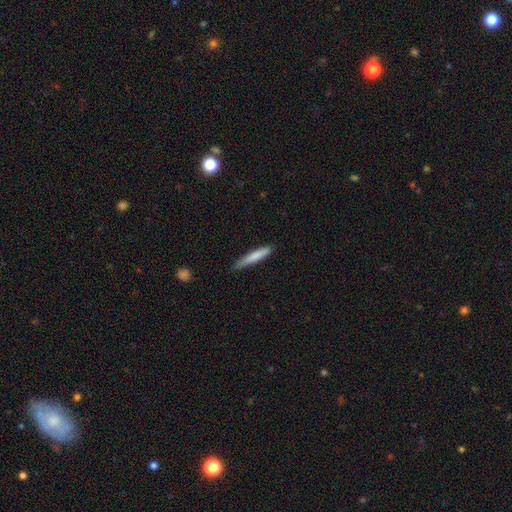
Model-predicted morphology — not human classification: Smooth or featured: smooth — 78% (featured or disk — 17%)
How rounded: cigar-shaped — 93% (in between — 5%)
Merging: none — 69% (minor disturbance — 26%)